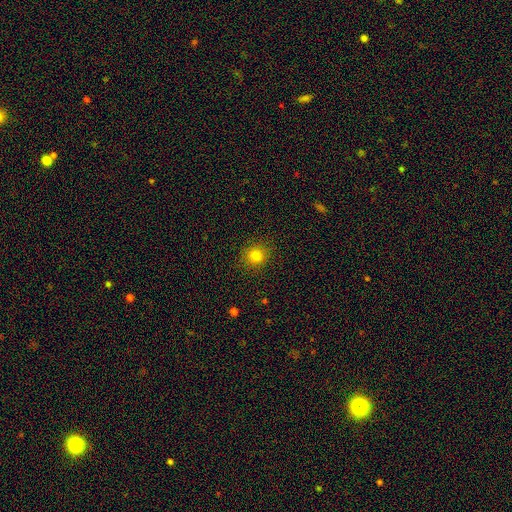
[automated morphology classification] type=smooth (81%); roundness=round (88%); merging=none (90%).